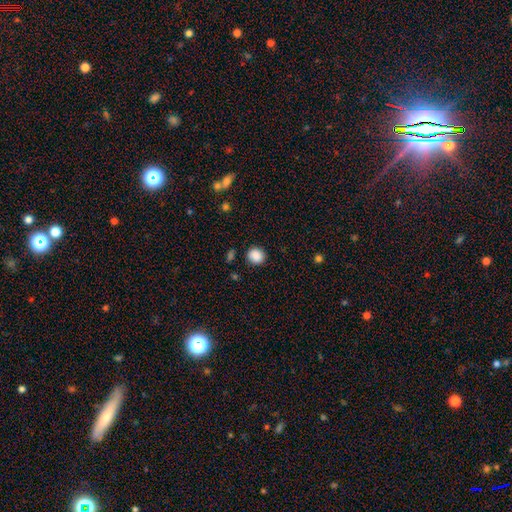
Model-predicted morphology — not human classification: type=smooth (88%); roundness=round (80%); merging=none (87%).